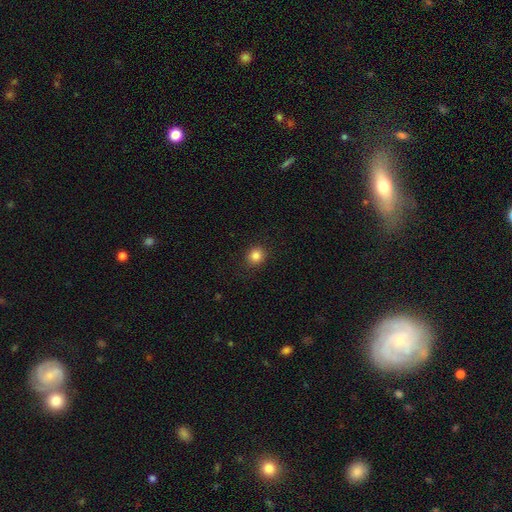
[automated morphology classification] type=smooth (84%); roundness=round (82%); merging=none (89%).